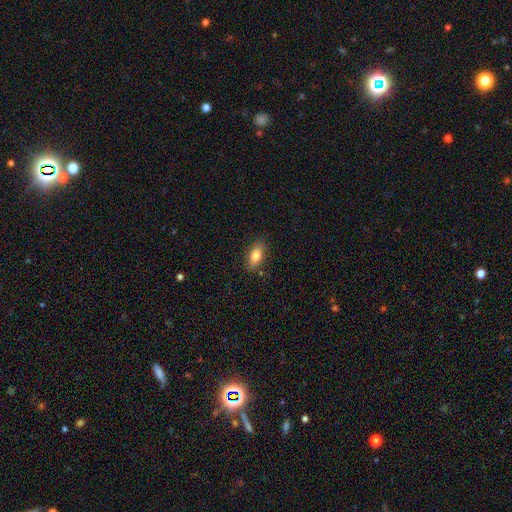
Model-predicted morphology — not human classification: A smooth galaxy with no disk features (78%) that is in between round and cigar-shaped (83%).

Vote fractions:
- Smooth or featured? smooth: 78% / featured or disk: 14% / star or artifact: 8%
- How rounded? in between: 83% / cigar-shaped: 12% / round: 5%
- Merging? none: 85% / minor disturbance: 12% / major disturbance: 2% / merger: 1%